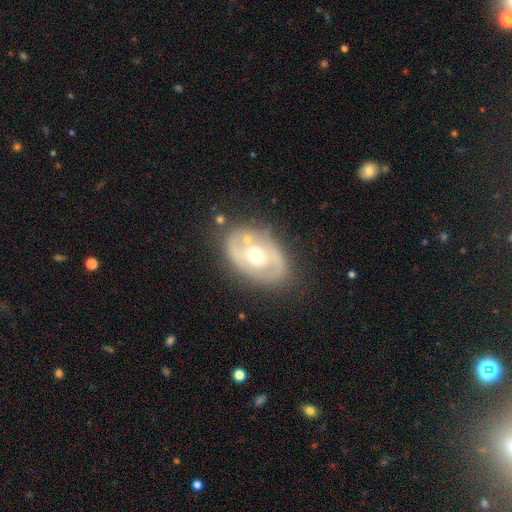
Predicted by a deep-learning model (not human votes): Morphology: type=featured or disk (70%); edge-on=no (94%); bar=no (61%); spiral arms=no (51%); bulge=moderate (73%); merging=none (75%).